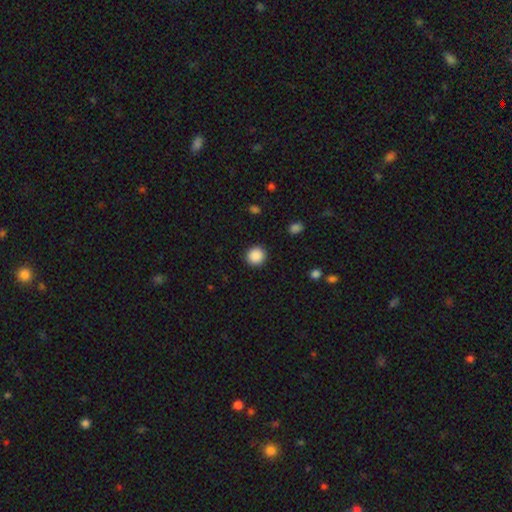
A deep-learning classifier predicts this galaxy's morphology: A smooth galaxy with no disk features (88%) that is round (94%).

Vote fractions:
- Smooth or featured? smooth: 88% / star or artifact: 9% / featured or disk: 3%
- How rounded? round: 94% / in between: 5% / cigar-shaped: 1%
- Merging? none: 92% / minor disturbance: 5% / major disturbance: 2% / merger: 1%